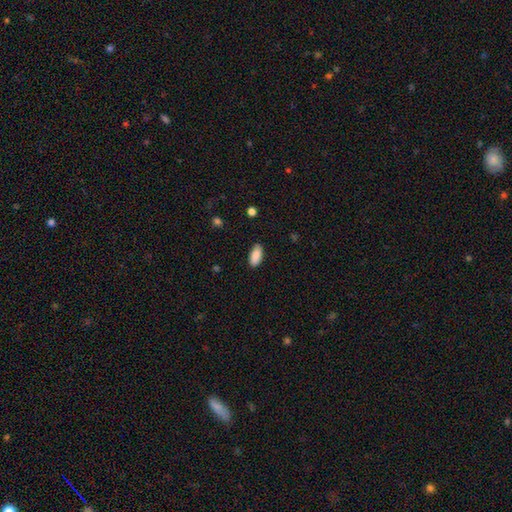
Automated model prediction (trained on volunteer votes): Smooth or featured?
  - smooth: 89% *
  - star or artifact: 6%
  - featured or disk: 5%
How rounded?
  - in between: 90% *
  - cigar-shaped: 8%
  - round: 2%
Merging?
  - none: 86% *
  - minor disturbance: 11%
  - major disturbance: 2%
  - merger: 1%